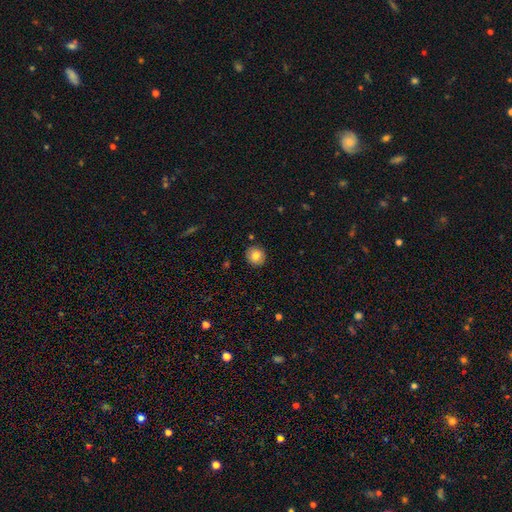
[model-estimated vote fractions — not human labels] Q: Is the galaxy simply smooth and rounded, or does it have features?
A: smooth — 82%.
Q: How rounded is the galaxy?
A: round — 88%.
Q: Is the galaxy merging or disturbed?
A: none — 89%.